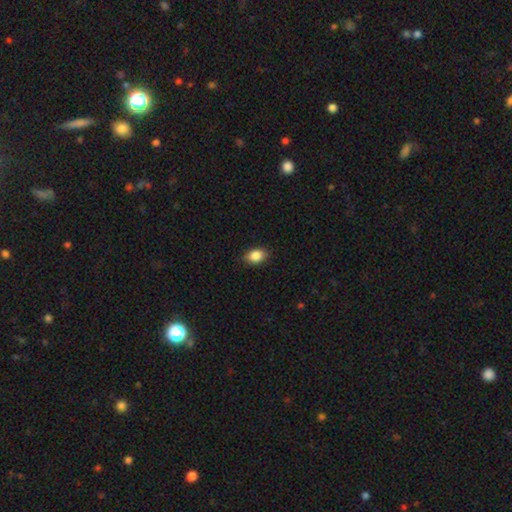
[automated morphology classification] Overall: smooth (86%). How rounded: in between (80%). Merging: none (87%).